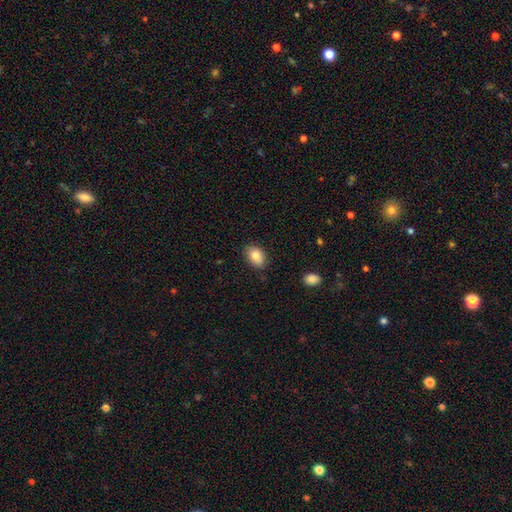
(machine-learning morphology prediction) This is clearly a smooth galaxy (84%). How rounded: clearly in between (82%). Merging: clearly none (82%).